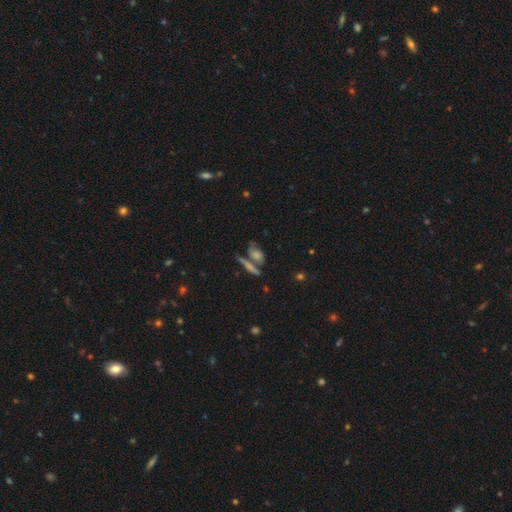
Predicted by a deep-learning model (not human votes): Smooth or featured: smooth — 48% (featured or disk — 32%)
Merging: none — 49% (merger — 32%)